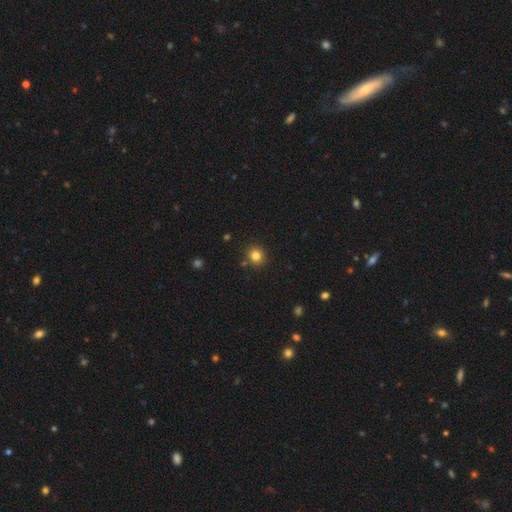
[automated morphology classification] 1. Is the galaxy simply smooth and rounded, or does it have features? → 82% smooth, 13% star or artifact, 5% featured or disk.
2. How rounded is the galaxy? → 89% round, 10% in between, 1% cigar-shaped.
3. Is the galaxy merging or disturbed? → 87% none, 7% minor disturbance, 4% merger, 2% major disturbance.